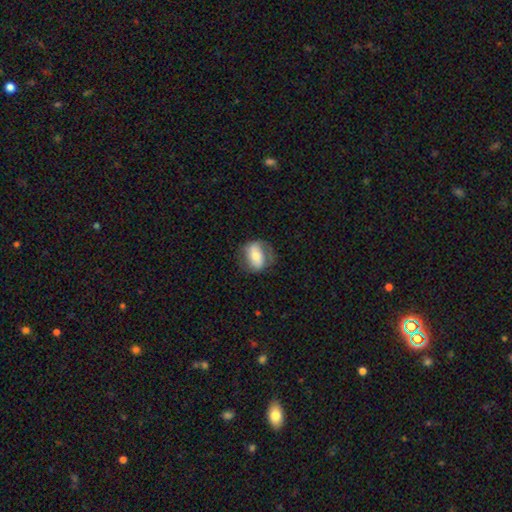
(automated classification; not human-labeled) Morphology: type=smooth (52%); roundness=in between (70%); merging=none (70%).